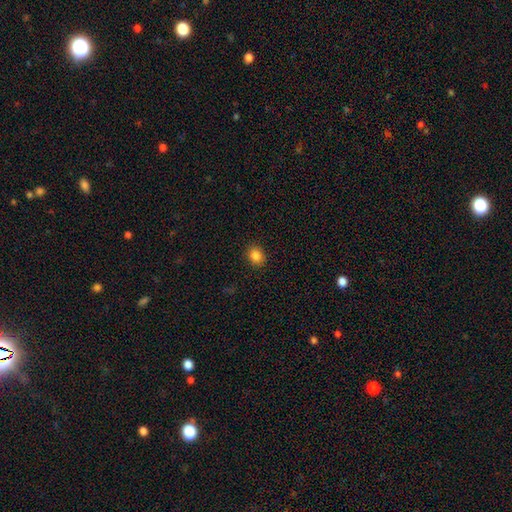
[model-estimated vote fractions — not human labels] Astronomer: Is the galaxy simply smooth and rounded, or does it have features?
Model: smooth — 85%.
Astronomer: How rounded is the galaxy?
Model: round — 54% (runner-up: in between, 45%).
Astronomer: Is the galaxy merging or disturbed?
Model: none — 90%.